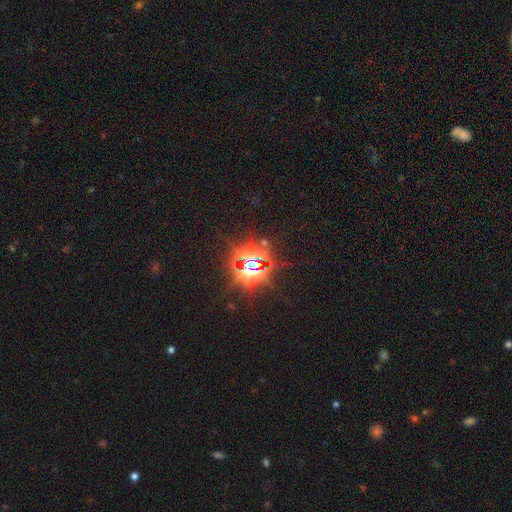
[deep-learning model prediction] Smooth or featured? Predicted: star or artifact (p=0.83).